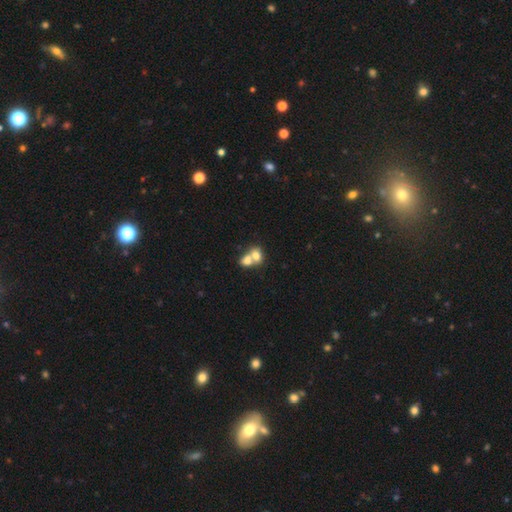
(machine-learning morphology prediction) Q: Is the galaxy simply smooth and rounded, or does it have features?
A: smooth — 71%.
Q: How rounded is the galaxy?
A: in between — 57%.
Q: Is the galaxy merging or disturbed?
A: merger — 70%.